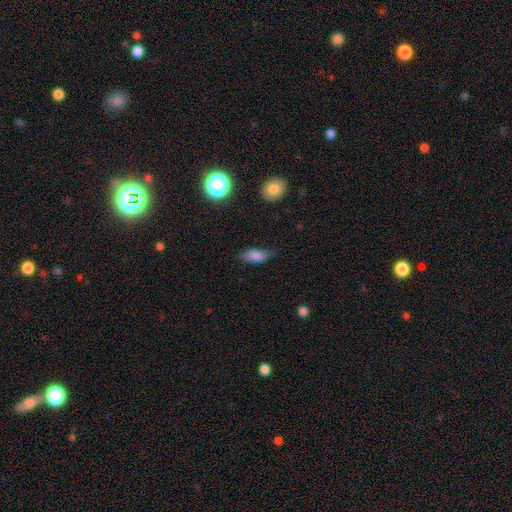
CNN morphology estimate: Overall: smooth (75%). How rounded: in between (82%). Merging: none (61%; minor disturbance 30%).